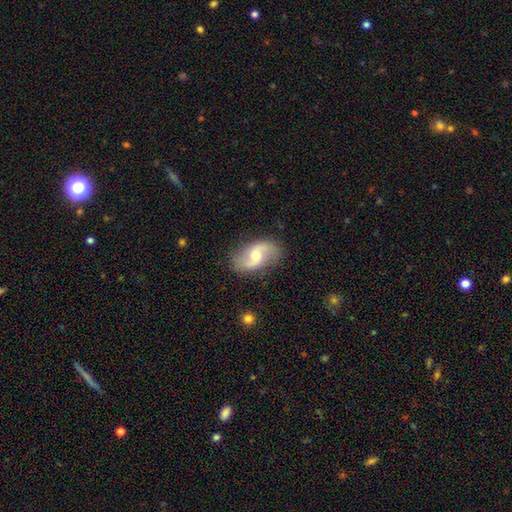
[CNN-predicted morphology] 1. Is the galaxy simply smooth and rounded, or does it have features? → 75% featured or disk, 19% smooth, 6% star or artifact.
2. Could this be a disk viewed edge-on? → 96% no, 4% yes.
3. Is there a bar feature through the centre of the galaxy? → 45% no, 43% weak, 12% strong.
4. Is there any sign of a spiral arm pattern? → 92% yes, 8% no.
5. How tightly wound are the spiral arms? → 70% loose, 24% medium, 7% tight.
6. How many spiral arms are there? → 92% 2, 3% can't tell, 2% 1, 1% 3, 1% 4, 1% more than 4.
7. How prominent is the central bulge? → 66% moderate, 26% small, 5% large, 1% none, 1% dominant.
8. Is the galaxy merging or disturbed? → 83% none, 13% minor disturbance, 4% major disturbance, 1% merger.